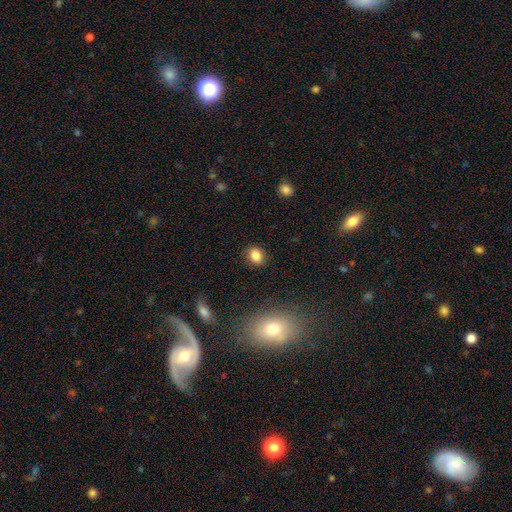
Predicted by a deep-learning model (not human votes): Smooth or featured?
  - smooth: 84% *
  - star or artifact: 10%
  - featured or disk: 5%
How rounded?
  - in between: 52% *
  - round: 46%
  - cigar-shaped: 1%
Merging?
  - none: 87% *
  - minor disturbance: 9%
  - major disturbance: 2%
  - merger: 2%